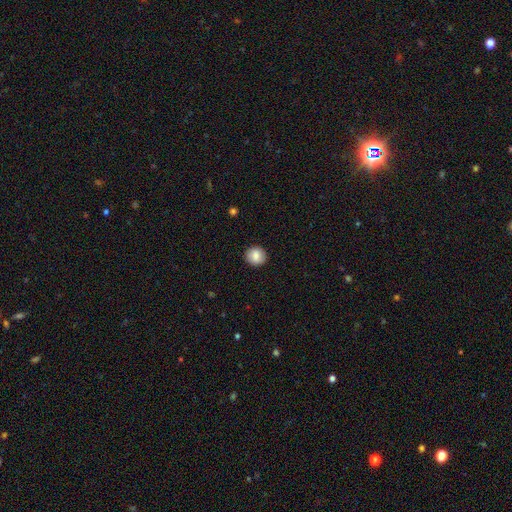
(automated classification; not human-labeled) Smooth or featured: smooth — 84% (star or artifact — 8%)
How rounded: round — 89% (in between — 10%)
Merging: none — 91% (minor disturbance — 6%)